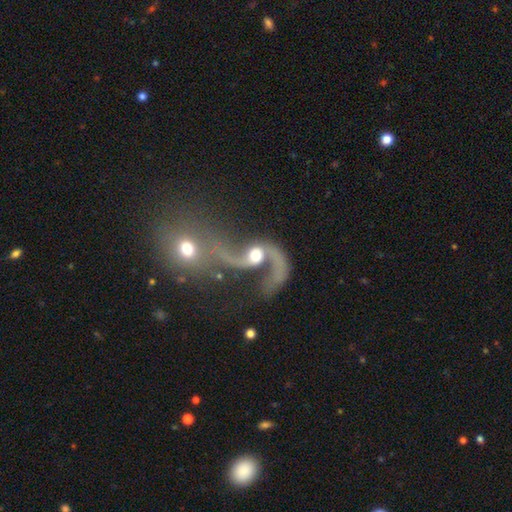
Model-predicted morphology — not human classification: type=featured or disk (85%); edge-on=no (97%); bar=no (59%); spiral arms=yes (94%); winding=loose (88%); arm count=2 (91%); bulge=moderate (58%); merging=none (39%).